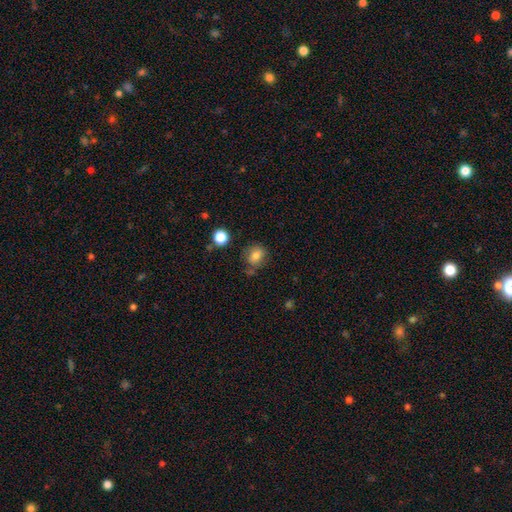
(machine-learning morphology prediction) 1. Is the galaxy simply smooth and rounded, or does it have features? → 79% smooth, 11% star or artifact, 10% featured or disk.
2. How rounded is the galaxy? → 64% round, 35% in between, 1% cigar-shaped.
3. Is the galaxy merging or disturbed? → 67% none, 20% minor disturbance, 7% merger, 6% major disturbance.